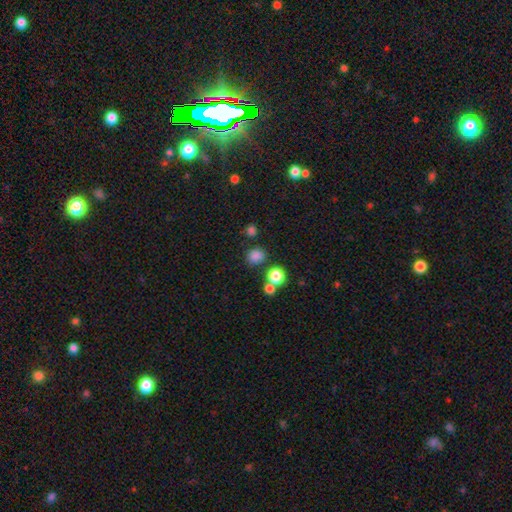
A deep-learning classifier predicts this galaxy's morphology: smooth 80%, star or artifact 16%, featured or disk 4%. Down the decision tree: how rounded — round (80%); merging — none (77%).